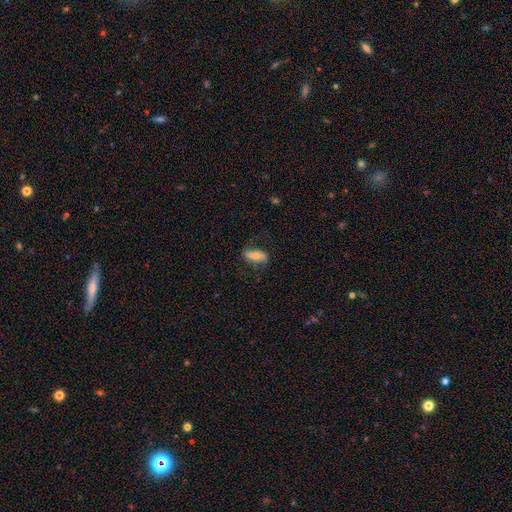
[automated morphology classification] smooth_or_featured: smooth (p=0.50) [alt: featured or disk p=0.42]
how_rounded: in between (p=0.71) [alt: cigar-shaped p=0.25]
merging: none (p=0.69) [alt: minor disturbance p=0.21]